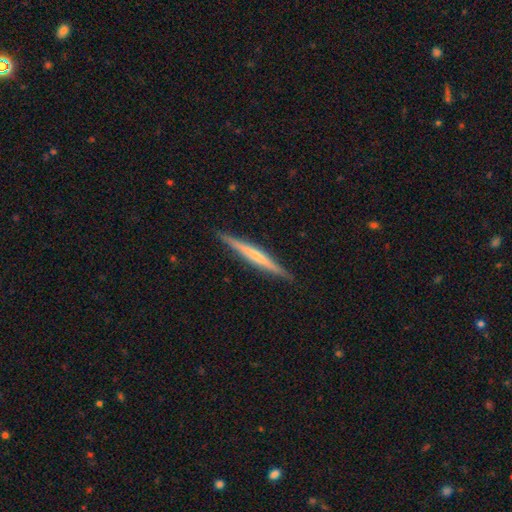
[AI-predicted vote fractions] A featured or disk galaxy (58%) viewed edge-on (98%) with no central bulge (68%).

Vote fractions:
- Smooth or featured? featured or disk: 58% / smooth: 37% / star or artifact: 5%
- Edge-on disk? yes: 98% / no: 2%
- Edge-on bulge? none: 68% / rounded: 22% / boxy: 10%
- Merging? none: 91% / minor disturbance: 7% / major disturbance: 1% / merger: 1%